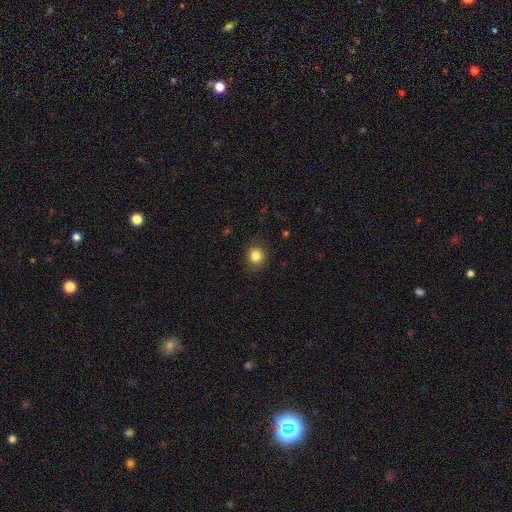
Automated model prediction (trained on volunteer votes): Smooth or featured? smooth (83%)
How rounded? round (83%)
Merging? none (87%)